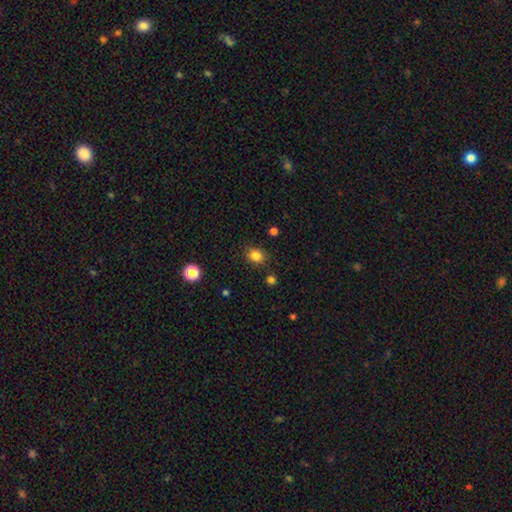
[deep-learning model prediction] This appears to be a smooth galaxy with no disk features (83%) that is round (60%). Merging: none (84%).